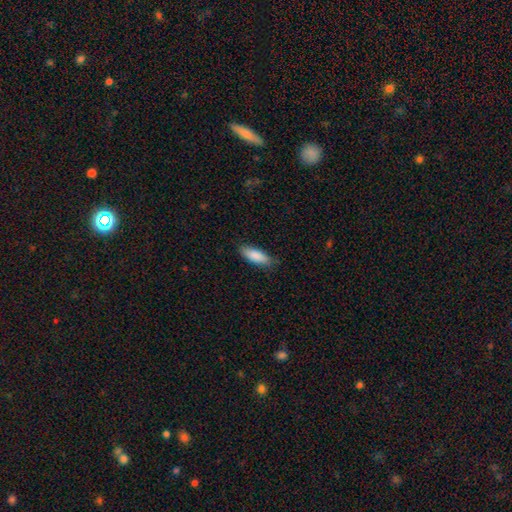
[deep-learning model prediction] Smooth or featured? smooth (88%)
How rounded? in between (66%)
Merging? none (82%)